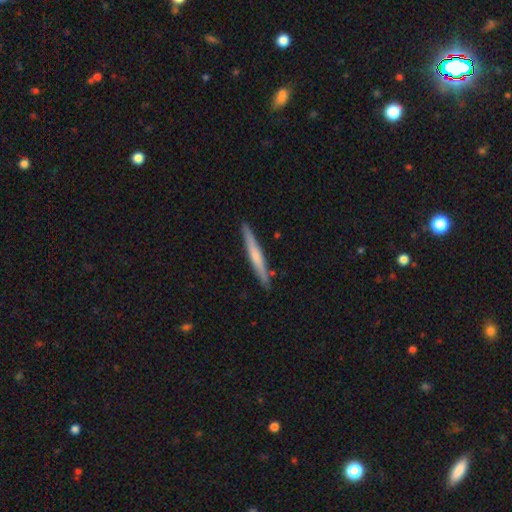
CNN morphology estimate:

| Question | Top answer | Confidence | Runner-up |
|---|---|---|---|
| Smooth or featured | smooth | 49% | featured or disk (46%) |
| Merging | none | 90% | minor disturbance (7%) |